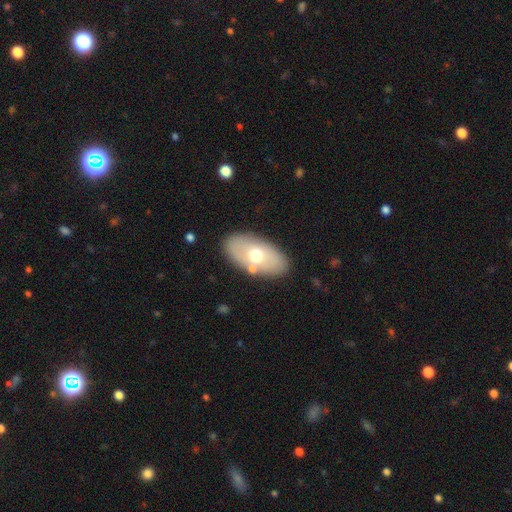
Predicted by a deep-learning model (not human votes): Smooth or featured?
  - smooth: 59% *
  - featured or disk: 35%
  - star or artifact: 7%
How rounded?
  - in between: 92% *
  - round: 5%
  - cigar-shaped: 2%
Merging?
  - none: 80% *
  - minor disturbance: 11%
  - merger: 6%
  - major disturbance: 4%